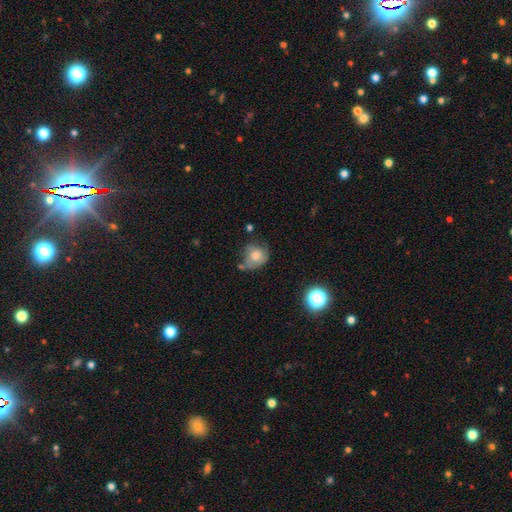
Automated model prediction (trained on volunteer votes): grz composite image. It shows a smooth galaxy with no disk features (66%) that is round (71%). Merging: none (45%).